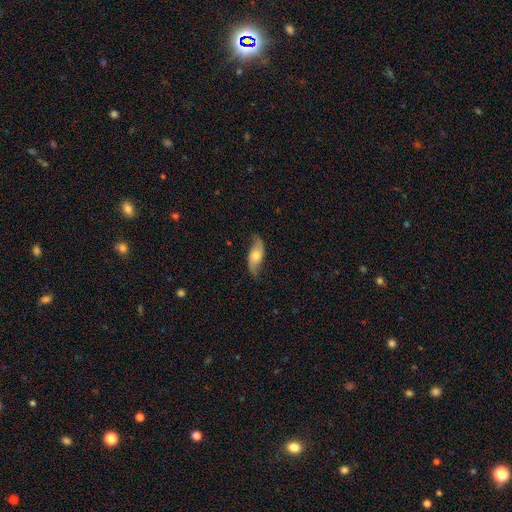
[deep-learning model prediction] featured or disk 53%, smooth 41%, star or artifact 7%. Down the decision tree: edge-on disk — no (84%); merging — none (72%).